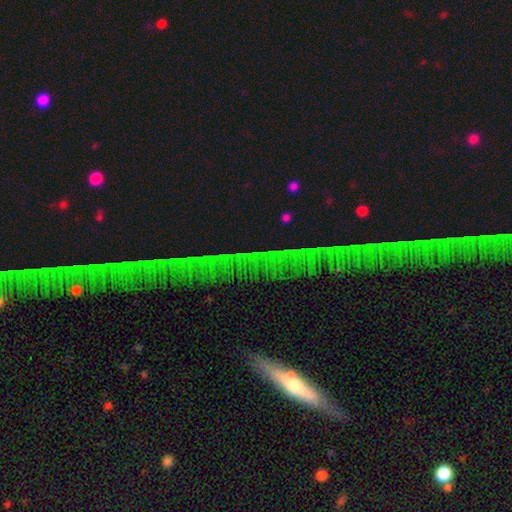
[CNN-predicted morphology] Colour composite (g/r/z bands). It shows a star or artifact, not a galaxy (74%).